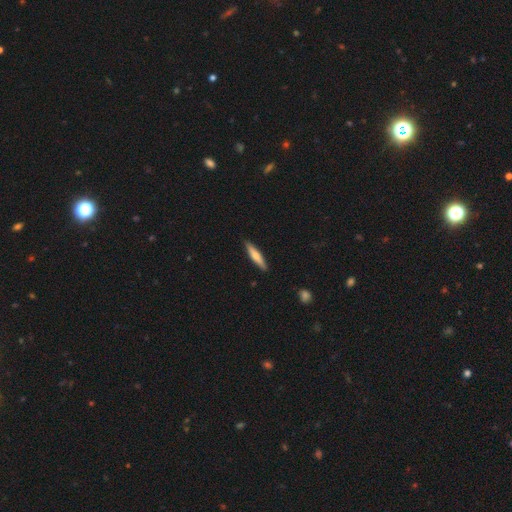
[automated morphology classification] Smooth or featured?
  - smooth: 61% *
  - featured or disk: 33%
  - star or artifact: 5%
How rounded?
  - cigar-shaped: 88% *
  - in between: 11%
  - round: 1%
Merging?
  - none: 89% *
  - minor disturbance: 8%
  - major disturbance: 2%
  - merger: 1%